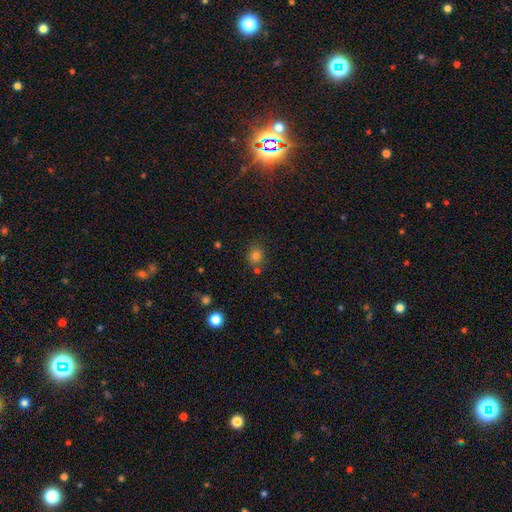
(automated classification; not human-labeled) A smooth galaxy with no disk features (77%) that is round (69%).

Vote fractions:
- Smooth or featured? smooth: 77% / star or artifact: 16% / featured or disk: 6%
- How rounded? round: 69% / in between: 30% / cigar-shaped: 1%
- Merging? none: 75% / minor disturbance: 13% / merger: 8% / major disturbance: 4%